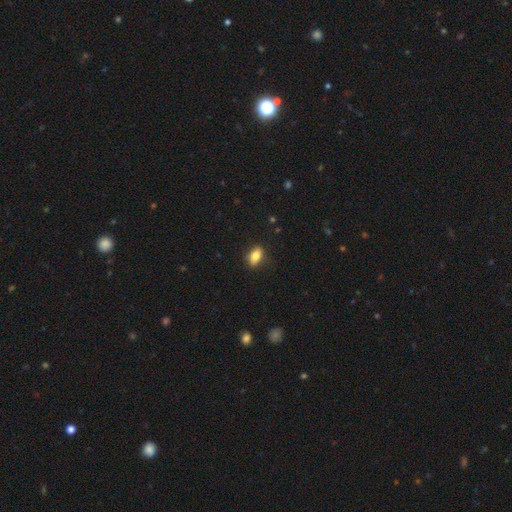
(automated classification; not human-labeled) This appears to be a smooth galaxy with no disk features (79%) that is in between round and cigar-shaped (85%). Merging: none (85%).